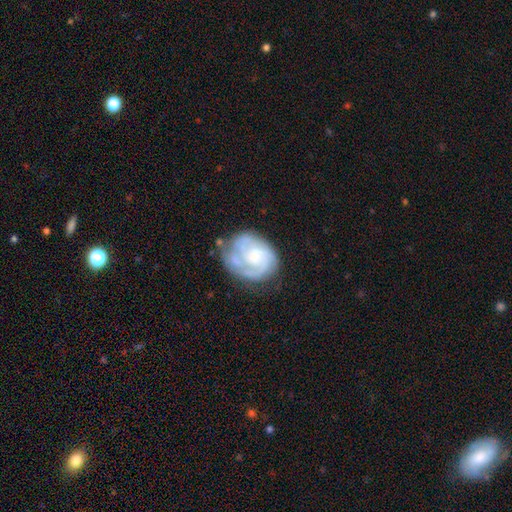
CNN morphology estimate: This is likely a featured or disk galaxy (77%). It is clearly not viewed edge-on (98%). Bar: likely no (76%). Spiral arm pattern: clearly yes (88%). Spiral arm count: marginally can't tell (32%). Spiral winding: possibly tight (59%). Central bulge: likely small (74%). Merging: possibly none (55%).